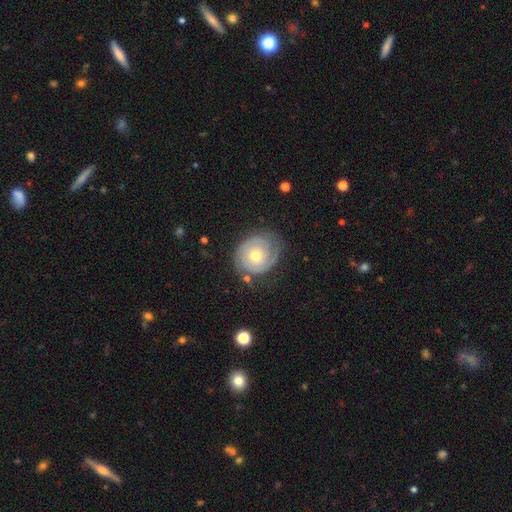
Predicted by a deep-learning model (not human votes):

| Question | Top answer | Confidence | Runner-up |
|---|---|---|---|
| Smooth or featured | featured or disk | 70% | smooth (24%) |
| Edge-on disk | no | 97% | yes (3%) |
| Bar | no | 83% | weak (14%) |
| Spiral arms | yes | 84% | no (16%) |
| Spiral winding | tight | 73% | medium (20%) |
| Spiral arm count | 2 | 46% | can't tell (27%) |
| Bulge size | moderate | 67% | small (28%) |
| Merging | none | 68% | minor disturbance (21%) |